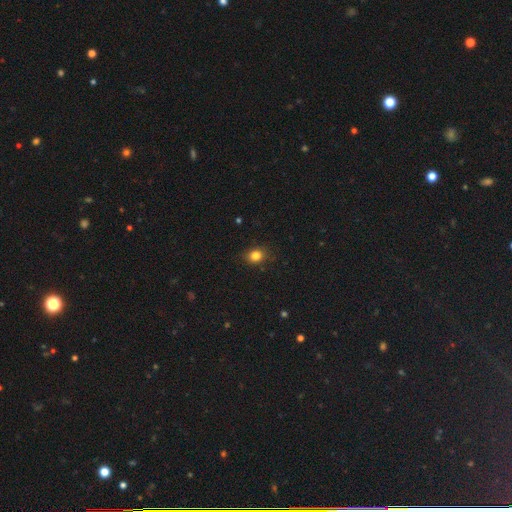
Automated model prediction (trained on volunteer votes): Overall: smooth (82%). How rounded: round (59%; in between 40%). Merging: none (85%).